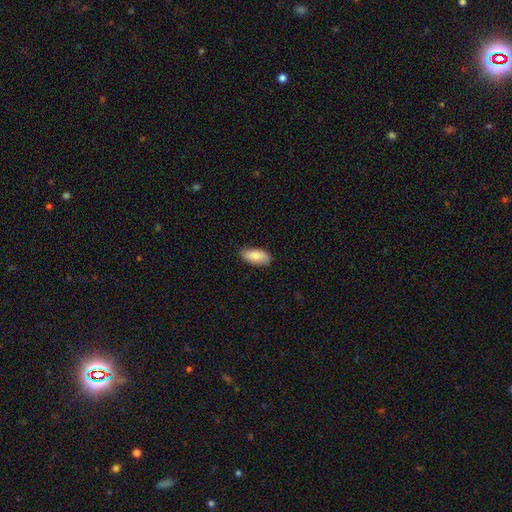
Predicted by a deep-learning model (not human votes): The model was most divided on "smooth or featured": smooth: 82%, featured or disk: 12%, star or artifact: 6%. More confident: how rounded — in between (89%); merging — none (84%).